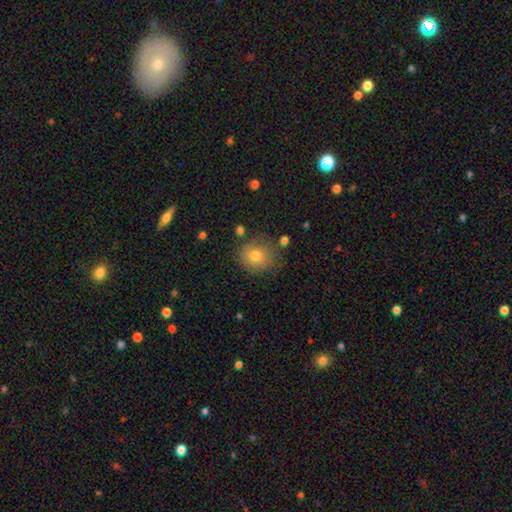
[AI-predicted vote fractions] Smooth or featured? Predicted: smooth (p=0.79). How rounded? Predicted: round (p=0.84). Merging? Predicted: none (p=0.75).